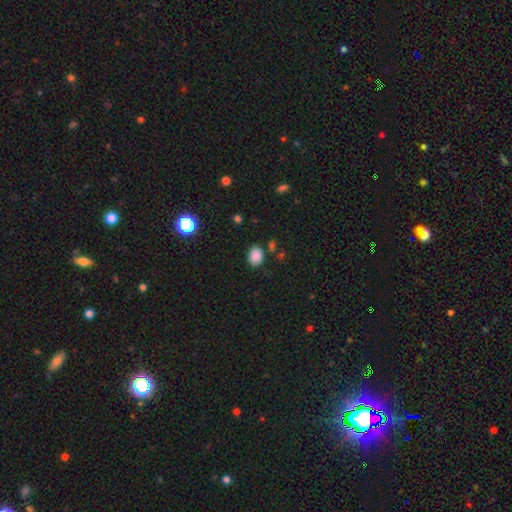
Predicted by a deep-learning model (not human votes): Smooth or featured: smooth — 86% (star or artifact — 10%)
How rounded: in between — 58% (round — 41%)
Merging: none — 81% (minor disturbance — 12%)